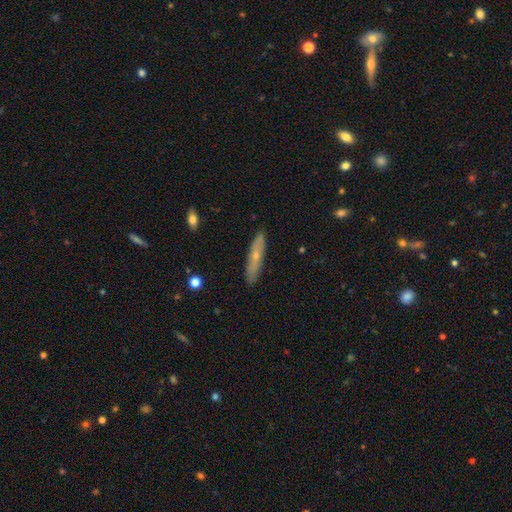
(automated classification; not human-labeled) This is possibly a smooth galaxy (49%). Merging: clearly none (87%).